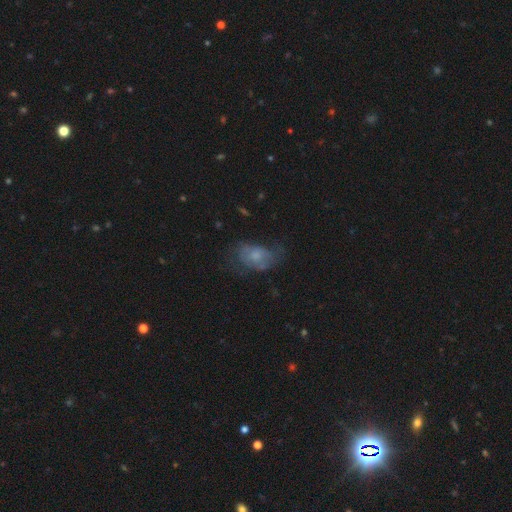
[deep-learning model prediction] smooth 51%, featured or disk 39%, star or artifact 11%. Down the decision tree: how rounded — in between (83%); merging — none (46%).